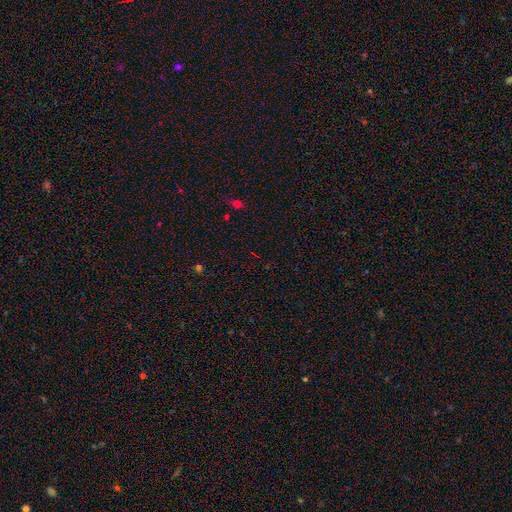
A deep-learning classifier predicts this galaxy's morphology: Smooth or featured? Predicted: star or artifact (p=0.69).